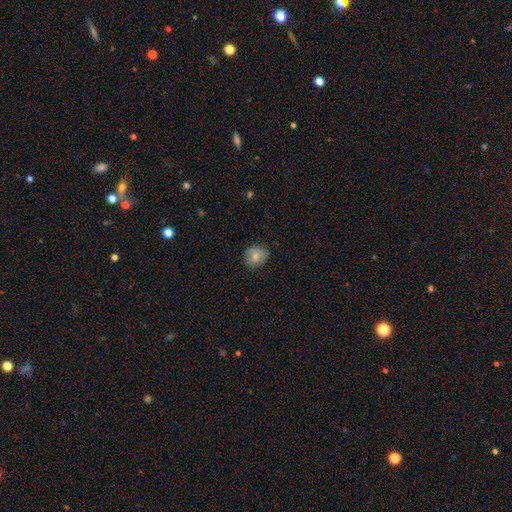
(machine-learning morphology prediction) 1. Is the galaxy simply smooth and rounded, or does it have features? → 75% smooth, 17% featured or disk, 8% star or artifact.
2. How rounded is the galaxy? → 67% round, 32% in between, 1% cigar-shaped.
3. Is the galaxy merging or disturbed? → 78% none, 17% minor disturbance, 3% major disturbance, 1% merger.